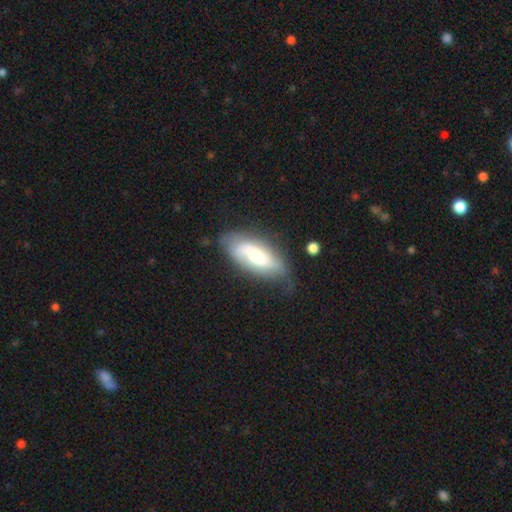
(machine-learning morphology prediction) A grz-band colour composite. It shows a featured or disk galaxy (52%). Merging: none (56%).